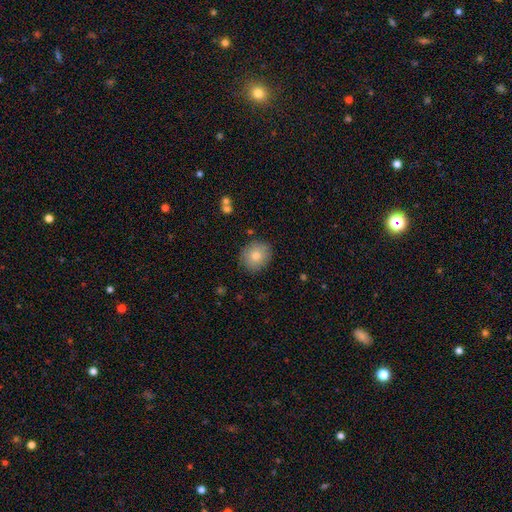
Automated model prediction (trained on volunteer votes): Overall: smooth (80%). How rounded: round (82%). Merging: none (88%).